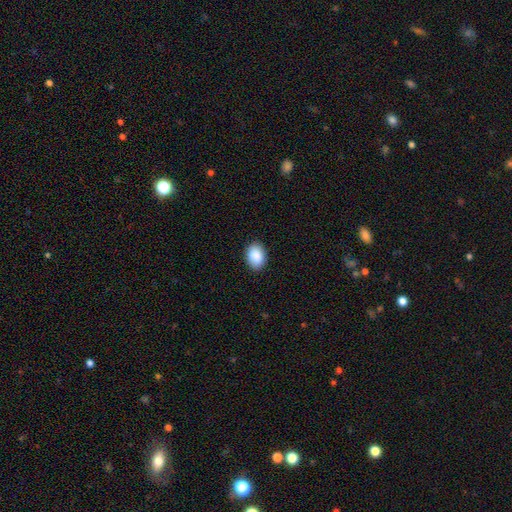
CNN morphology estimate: Smooth or featured?
  - smooth: 91% *
  - star or artifact: 6%
  - featured or disk: 3%
How rounded?
  - in between: 81% *
  - round: 18%
  - cigar-shaped: 1%
Merging?
  - none: 89% *
  - minor disturbance: 8%
  - major disturbance: 2%
  - merger: 1%